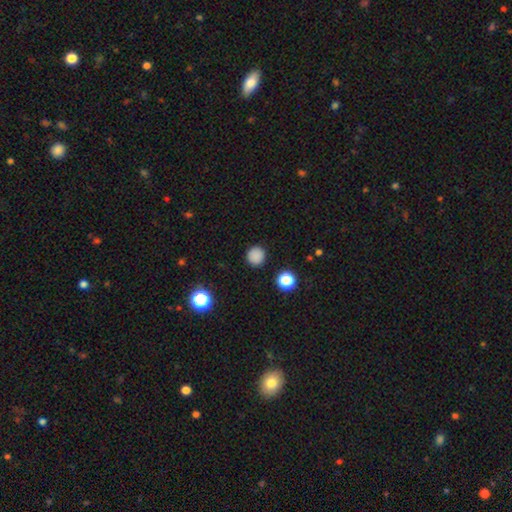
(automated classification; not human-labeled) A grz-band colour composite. It shows a smooth galaxy with no disk features (83%) that is round (94%). Merging: none (91%).